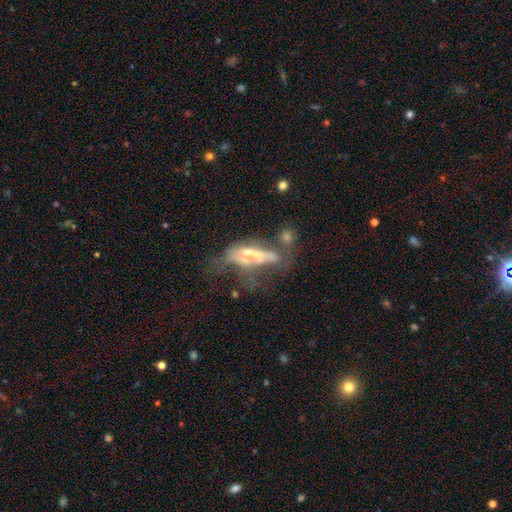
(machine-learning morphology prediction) smooth_or_featured: featured or disk (p=0.58) [alt: smooth p=0.29]
disk_edge_on: no (p=0.64) [alt: yes p=0.36]
merging: merger (p=0.37) [alt: major disturbance p=0.29]